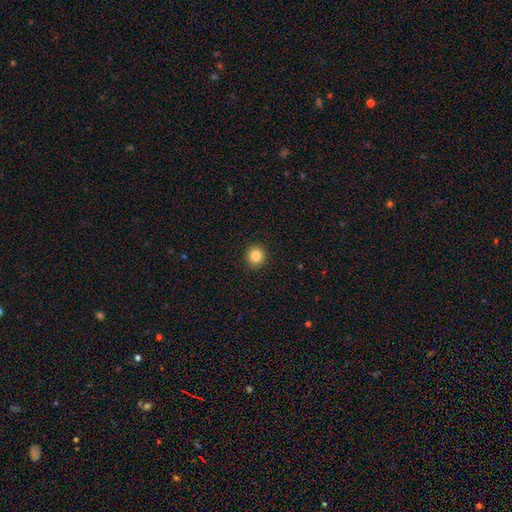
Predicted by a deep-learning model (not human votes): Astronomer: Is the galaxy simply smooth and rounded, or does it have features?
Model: smooth — 84%.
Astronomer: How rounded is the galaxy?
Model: round — 93%.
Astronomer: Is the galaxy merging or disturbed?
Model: none — 92%.